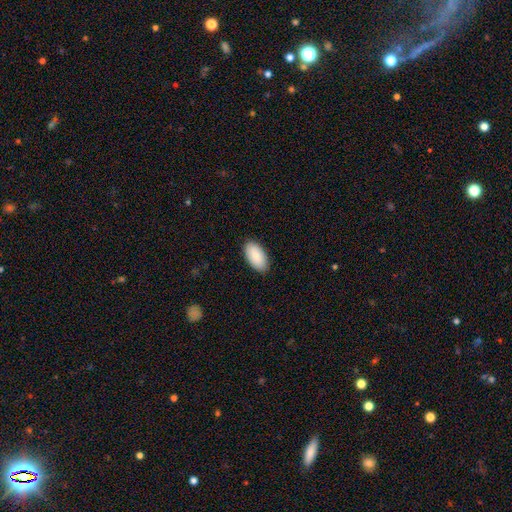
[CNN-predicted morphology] A smooth galaxy with no disk features (90%) that is in between round and cigar-shaped (96%).

Vote fractions:
- Smooth or featured? smooth: 90% / star or artifact: 6% / featured or disk: 4%
- How rounded? in between: 96% / cigar-shaped: 2% / round: 2%
- Merging? none: 88% / minor disturbance: 9% / major disturbance: 2% / merger: 1%